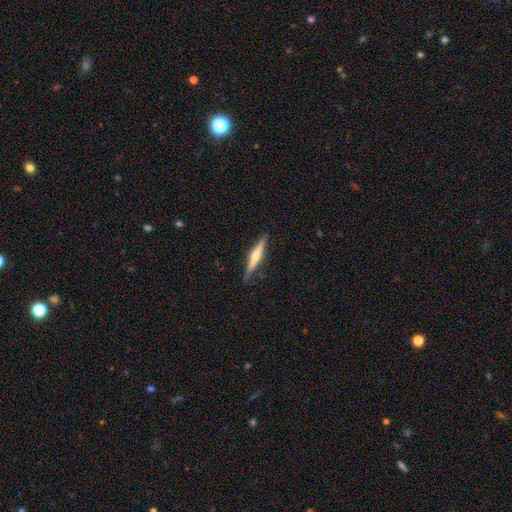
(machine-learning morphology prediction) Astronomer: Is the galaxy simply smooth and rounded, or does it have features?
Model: featured or disk — 62%.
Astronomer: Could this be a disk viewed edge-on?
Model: yes — 97%.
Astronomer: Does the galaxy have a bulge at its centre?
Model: rounded — 78%.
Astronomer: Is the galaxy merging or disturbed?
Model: none — 87%.